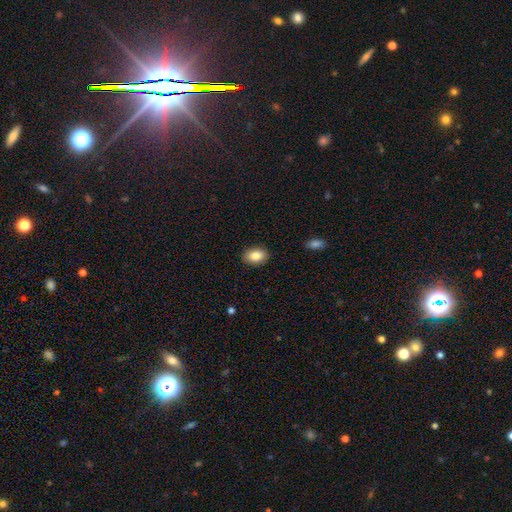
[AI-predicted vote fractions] Smooth or featured? Predicted: smooth (p=0.86). How rounded? Predicted: in between (p=0.82). Merging? Predicted: none (p=0.89).